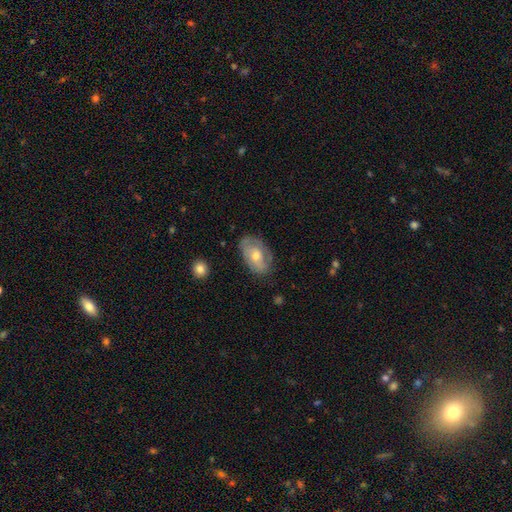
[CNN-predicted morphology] type=smooth (47%, tied with featured or disk); merging=none (69%).